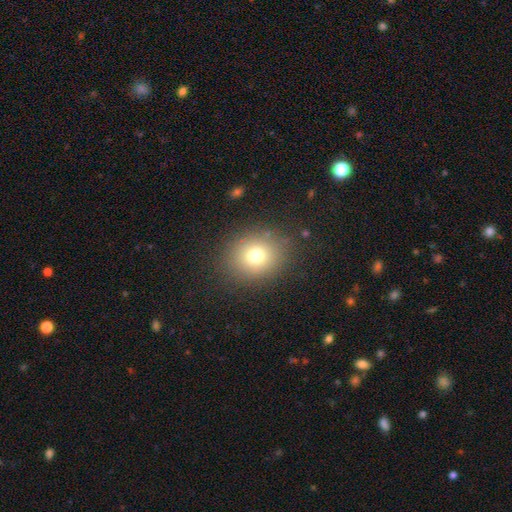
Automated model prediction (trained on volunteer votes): smooth_or_featured: smooth (p=0.74) [alt: star or artifact p=0.15]
how_rounded: round (p=0.76) [alt: in between p=0.23]
merging: none (p=0.86) [alt: minor disturbance p=0.08]